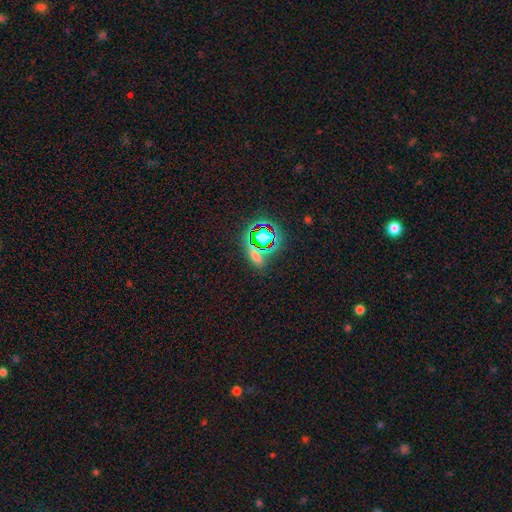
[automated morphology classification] Q: Smooth or featured?
A: star or artifact (46%); runner-up: smooth (42%)